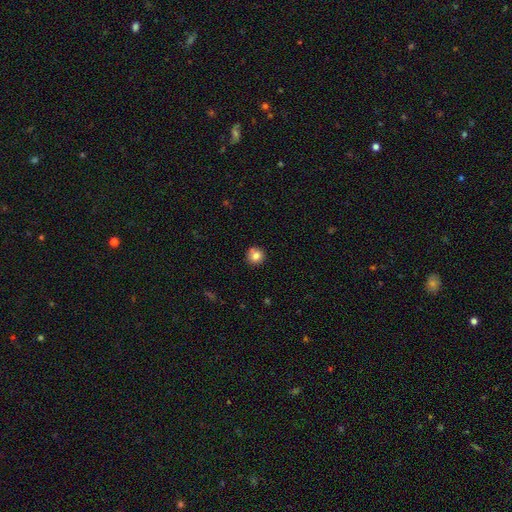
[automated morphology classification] Smooth or featured? smooth (81%)
How rounded? round (93%)
Merging? none (80%)